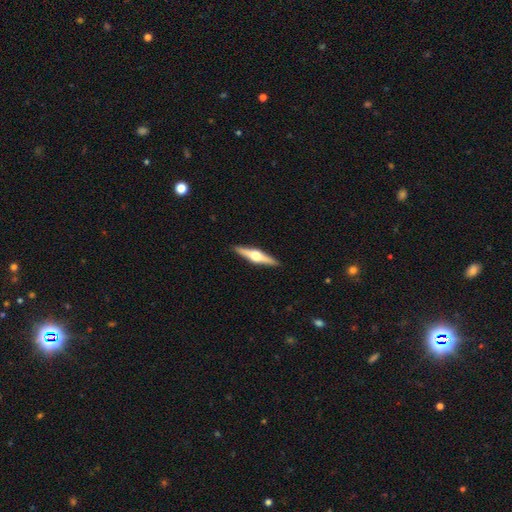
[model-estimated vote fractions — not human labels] Smooth or featured? Predicted: featured or disk (p=0.74). Edge-on disk? Predicted: yes (p=0.98). Edge-on bulge? Predicted: rounded (p=0.94). Merging? Predicted: none (p=0.92).